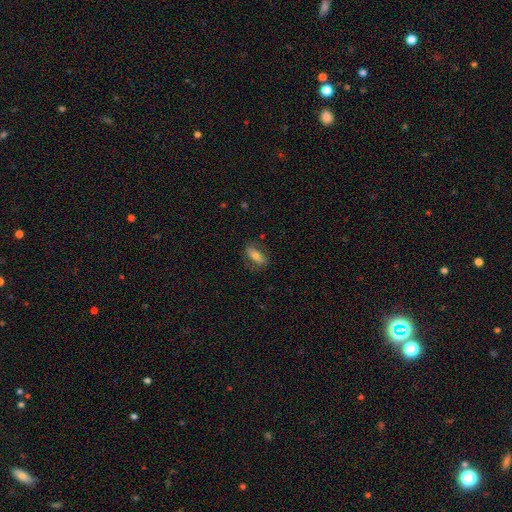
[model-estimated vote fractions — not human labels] This is likely a smooth galaxy (68%). How rounded: likely in between (78%). Merging: likely none (76%).